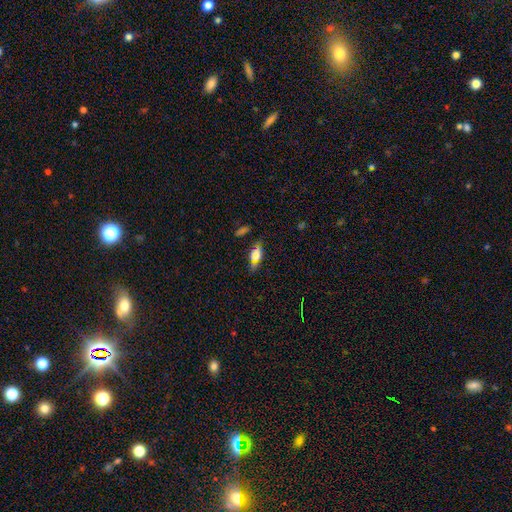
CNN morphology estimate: type=smooth (66%); roundness=in between (78%); merging=none (65%).